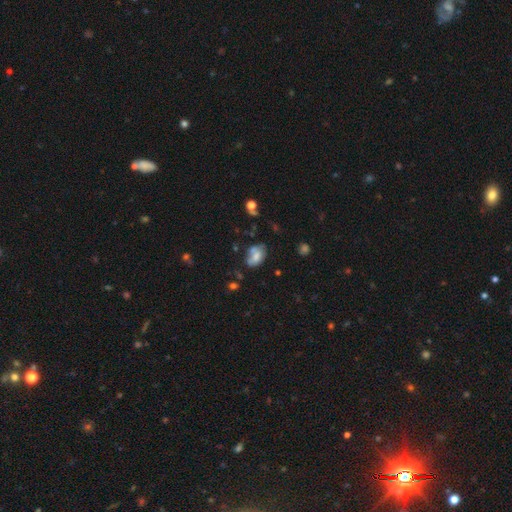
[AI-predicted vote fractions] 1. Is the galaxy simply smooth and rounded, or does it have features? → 65% smooth, 25% featured or disk, 10% star or artifact.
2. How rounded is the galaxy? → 82% in between, 16% round, 2% cigar-shaped.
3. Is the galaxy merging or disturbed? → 41% none, 27% minor disturbance, 20% merger, 13% major disturbance.